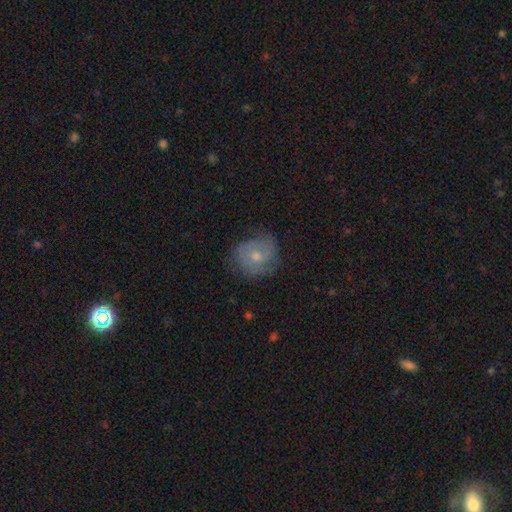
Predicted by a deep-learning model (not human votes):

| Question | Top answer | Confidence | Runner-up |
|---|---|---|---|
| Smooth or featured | featured or disk | 48% | smooth (45%) |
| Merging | none | 64% | minor disturbance (24%) |